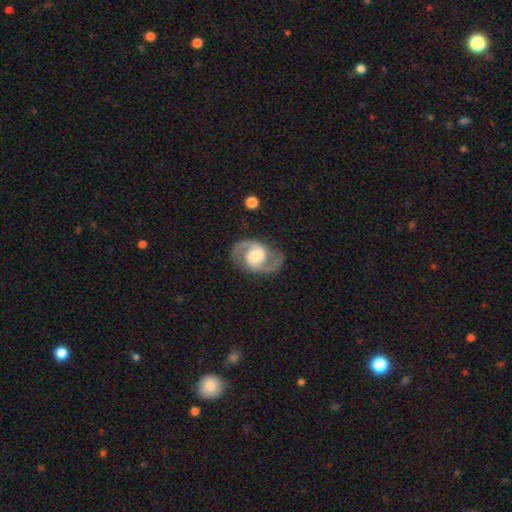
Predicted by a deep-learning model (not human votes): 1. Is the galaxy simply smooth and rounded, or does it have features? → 93% featured or disk, 4% star or artifact, 4% smooth.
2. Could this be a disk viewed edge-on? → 98% no, 2% yes.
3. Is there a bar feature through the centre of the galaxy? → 45% weak, 40% no, 15% strong.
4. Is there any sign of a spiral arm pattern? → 98% yes, 2% no.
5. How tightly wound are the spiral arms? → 66% medium, 17% loose, 17% tight.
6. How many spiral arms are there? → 95% 2, 1% can't tell, 1% 3, 1% 1, 1% 4, 1% more than 4.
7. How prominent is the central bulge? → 52% moderate, 21% small, 19% large, 5% none, 2% dominant.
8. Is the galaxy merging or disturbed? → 84% none, 11% minor disturbance, 4% major disturbance, 1% merger.